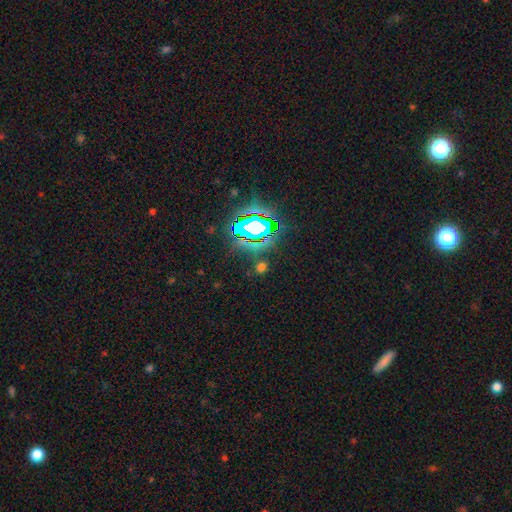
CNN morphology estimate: star or artifact 81%, smooth 12%, featured or disk 7%.